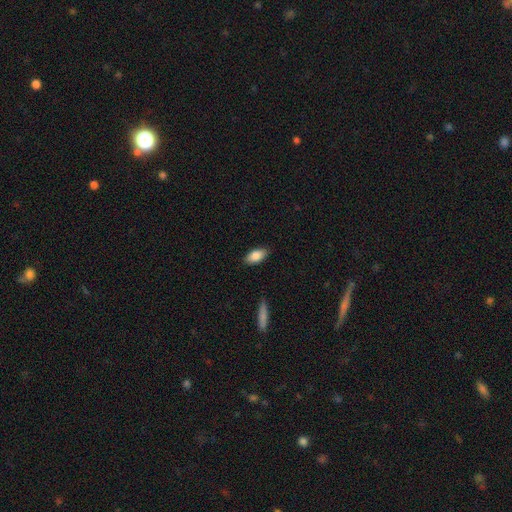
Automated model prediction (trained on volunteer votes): A smooth galaxy with no disk features (87%) that is in between round and cigar-shaped (91%). Merging: none (85%).